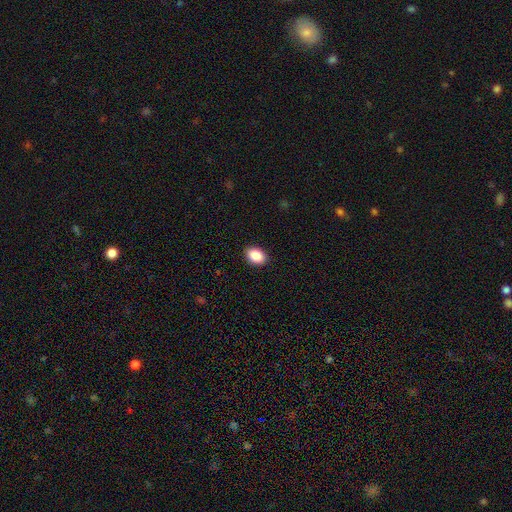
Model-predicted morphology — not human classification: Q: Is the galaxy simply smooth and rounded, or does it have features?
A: smooth — 89%.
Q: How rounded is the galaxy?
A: in between — 80%.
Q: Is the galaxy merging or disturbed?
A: none — 91%.